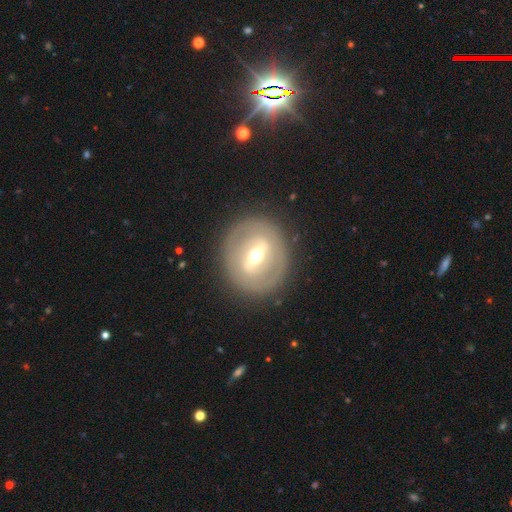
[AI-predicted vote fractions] Overall: featured or disk (72%). Edge-on disk: no (87%). Bar: strong (61%; weak 30%). Spiral arms: no (72%). Bulge size: moderate (64%; small 27%). Merging: none (85%).